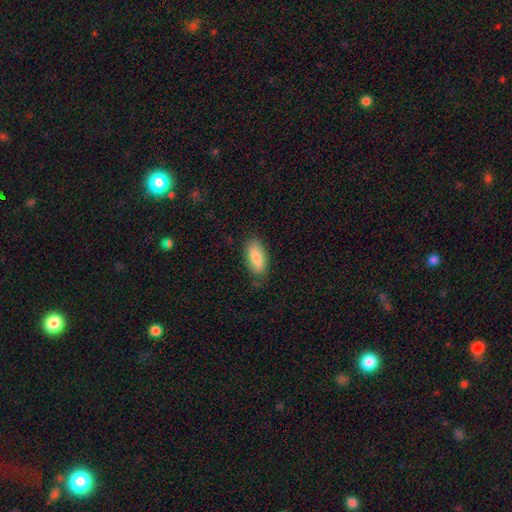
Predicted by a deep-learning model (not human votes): Morphology: type=smooth (81%); roundness=in between (87%); merging=none (77%).